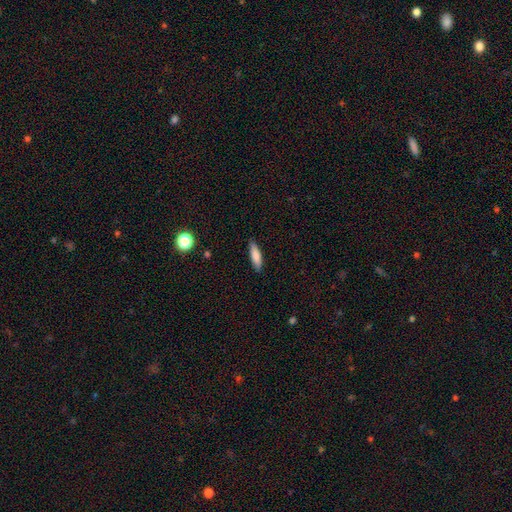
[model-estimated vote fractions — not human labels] smooth 81%, featured or disk 12%, star or artifact 7%. Down the decision tree: how rounded — cigar-shaped (64%); merging — none (87%).